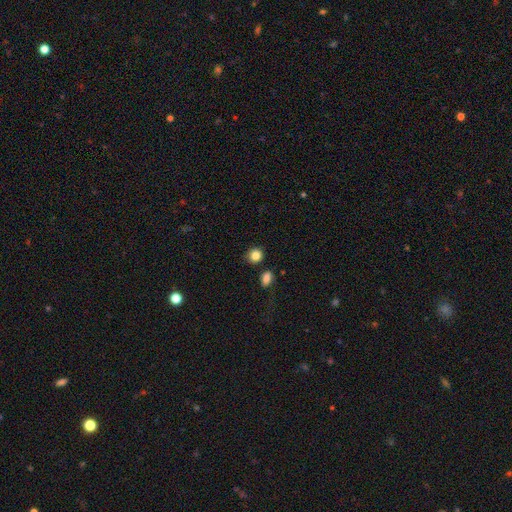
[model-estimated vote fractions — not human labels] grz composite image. It shows a smooth galaxy with no disk features (84%) that is round (80%). Merging: none (81%).